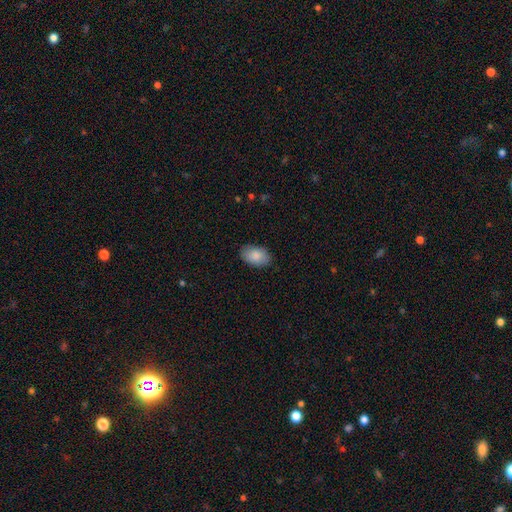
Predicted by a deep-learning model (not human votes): The model was most divided on "merging": none: 85%, minor disturbance: 11%, major disturbance: 2%, merger: 1%. More confident: how rounded — in between (91%); smooth or featured — smooth (87%).